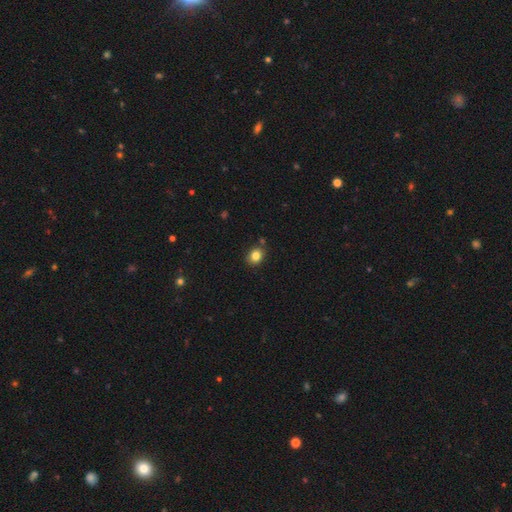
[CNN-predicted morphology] smooth-or-featured: smooth: 83% | star or artifact: 11% | featured or disk: 6%
  how-rounded: round: 65% | in between: 34% | cigar-shaped: 1%
  merging: none: 82% | minor disturbance: 11% | merger: 4% | major disturbance: 2%